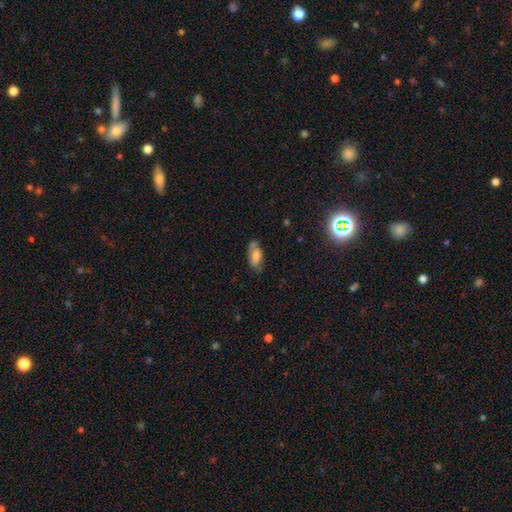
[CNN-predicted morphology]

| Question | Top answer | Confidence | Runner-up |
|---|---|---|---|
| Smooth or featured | smooth | 61% | featured or disk (29%) |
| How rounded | in between | 87% | cigar-shaped (10%) |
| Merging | none | 60% | minor disturbance (27%) |